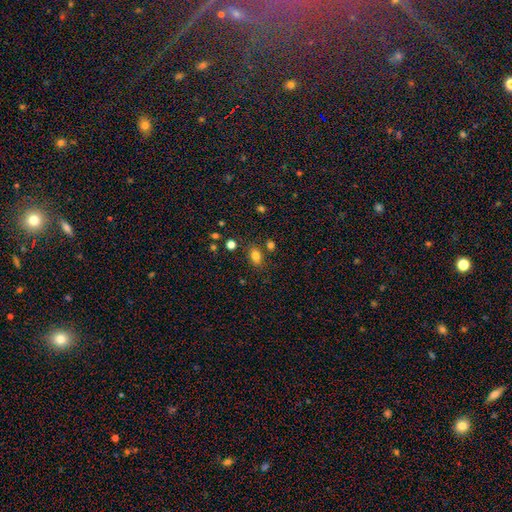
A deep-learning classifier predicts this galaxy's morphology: This is clearly a smooth galaxy (80%). How rounded: likely in between (79%). Merging: likely none (76%).